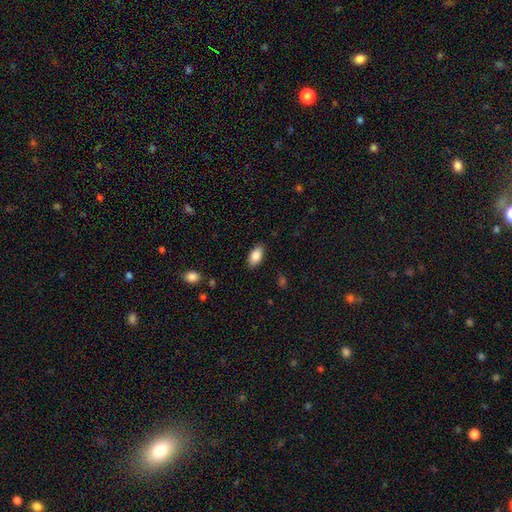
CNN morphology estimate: The model was most divided on "merging": none: 86%, minor disturbance: 10%, major disturbance: 2%, merger: 1%. More confident: how rounded — in between (93%); smooth or featured — smooth (87%).